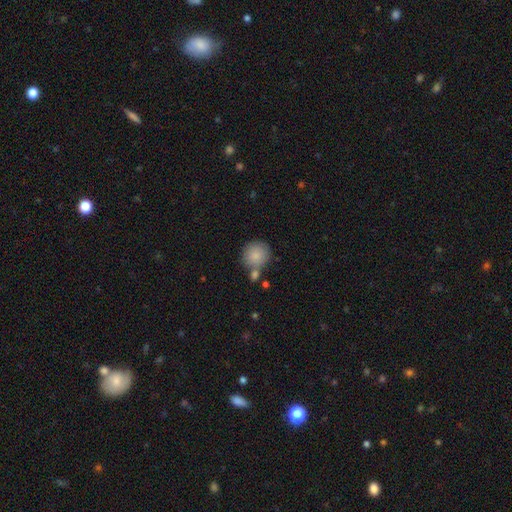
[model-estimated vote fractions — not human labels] A smooth galaxy with no disk features (86%) that is round (89%).

Vote fractions:
- Smooth or featured? smooth: 86% / star or artifact: 7% / featured or disk: 7%
- How rounded? round: 89% / in between: 10% / cigar-shaped: 1%
- Merging? none: 65% / merger: 18% / minor disturbance: 13% / major disturbance: 4%